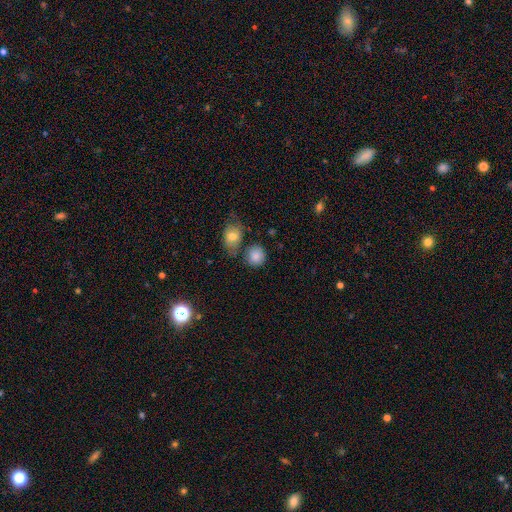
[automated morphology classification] This appears to be a smooth galaxy with no disk features (85%) that is round (81%). Merging: none (71%).